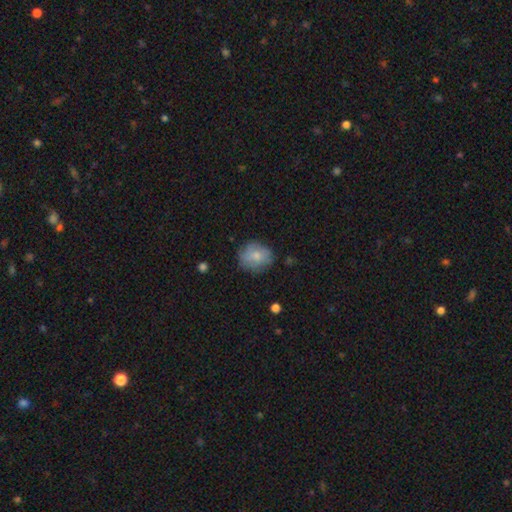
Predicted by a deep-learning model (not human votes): This appears to be a smooth galaxy with no disk features (74%) that is round (69%). Merging: none (71%).